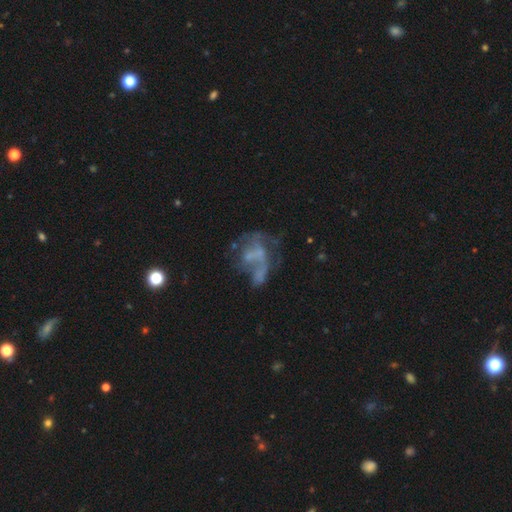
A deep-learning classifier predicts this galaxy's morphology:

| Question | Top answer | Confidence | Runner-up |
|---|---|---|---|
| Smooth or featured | featured or disk | 60% | smooth (23%) |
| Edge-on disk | no | 97% | yes (3%) |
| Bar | no | 77% | weak (17%) |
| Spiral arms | no | 71% | yes (29%) |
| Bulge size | none | 70% | small (18%) |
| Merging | major disturbance | 39% | none (28%) |